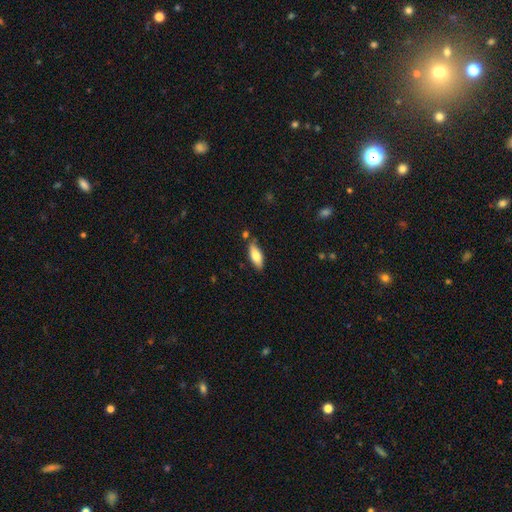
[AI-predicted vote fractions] A smooth galaxy with no disk features (76%) that is in between round and cigar-shaped (71%). Merging: none (76%).